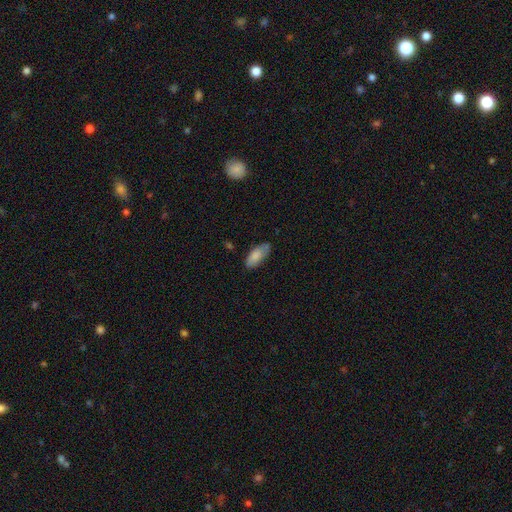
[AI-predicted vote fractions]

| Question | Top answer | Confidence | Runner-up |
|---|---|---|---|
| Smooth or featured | smooth | 83% | featured or disk (11%) |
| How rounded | in between | 84% | cigar-shaped (14%) |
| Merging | none | 73% | minor disturbance (22%) |